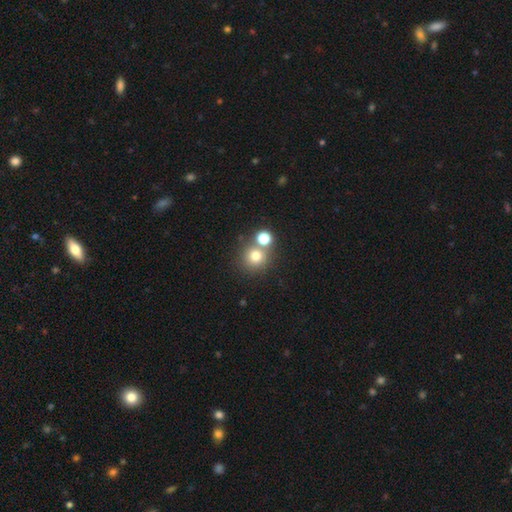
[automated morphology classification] A smooth galaxy with no disk features (75%) that is round (92%).

Vote fractions:
- Smooth or featured? smooth: 75% / star or artifact: 16% / featured or disk: 9%
- How rounded? round: 92% / in between: 7% / cigar-shaped: 1%
- Merging? none: 64% / merger: 26% / minor disturbance: 7% / major disturbance: 3%